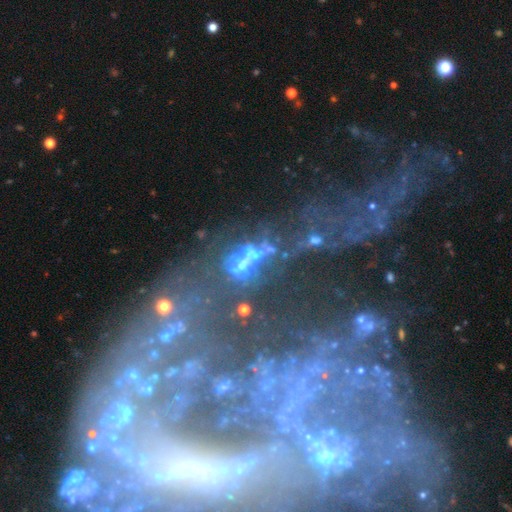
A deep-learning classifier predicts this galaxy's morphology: featured or disk 48%, star or artifact 33%, smooth 19%. Down the decision tree: merging — merger (35%).